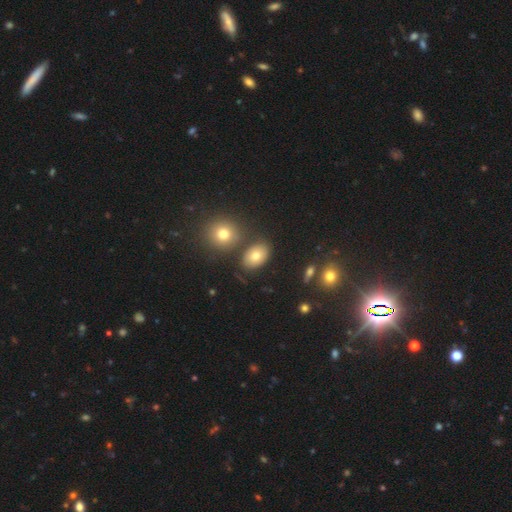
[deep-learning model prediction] Smooth or featured? Predicted: smooth (p=0.73). How rounded? Predicted: in between (p=0.78). Merging? Predicted: none (p=0.78).